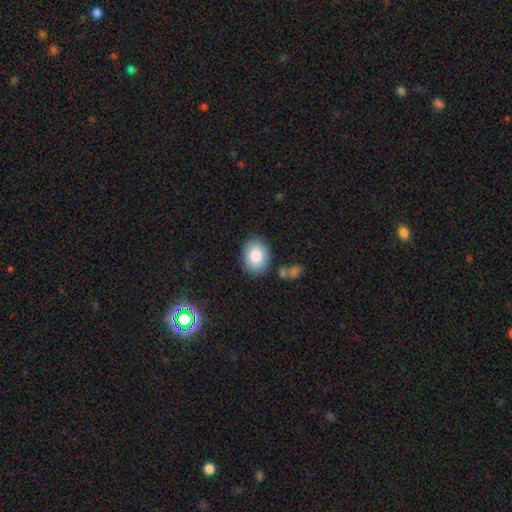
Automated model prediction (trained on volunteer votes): smooth-or-featured: smooth: 82% | featured or disk: 10% | star or artifact: 8%
  how-rounded: in between: 71% | round: 28% | cigar-shaped: 1%
  merging: none: 81% | minor disturbance: 12% | merger: 4% | major disturbance: 3%